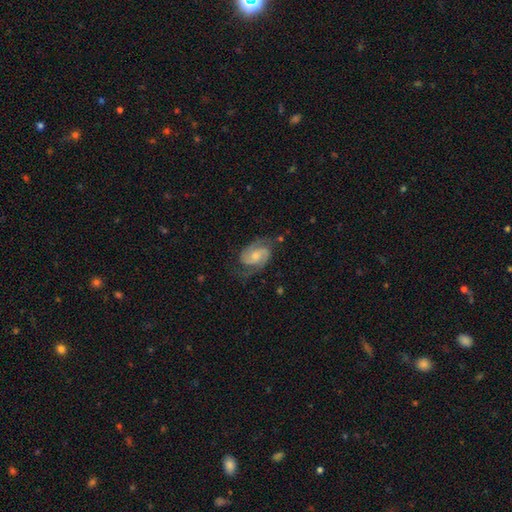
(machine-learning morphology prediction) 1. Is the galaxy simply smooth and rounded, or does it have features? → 85% featured or disk, 9% smooth, 6% star or artifact.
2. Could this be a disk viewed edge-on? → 98% no, 2% yes.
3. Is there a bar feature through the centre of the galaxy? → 53% no, 39% weak, 8% strong.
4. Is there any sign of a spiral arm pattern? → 97% yes, 3% no.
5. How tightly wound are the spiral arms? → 52% medium, 31% tight, 17% loose.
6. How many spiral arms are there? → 91% 2, 3% can't tell, 2% 1, 1% 3, 1% 4, 1% more than 4.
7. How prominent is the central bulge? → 41% moderate, 38% small, 13% none, 6% large, 1% dominant.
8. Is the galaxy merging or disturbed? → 72% none, 18% minor disturbance, 9% major disturbance, 2% merger.